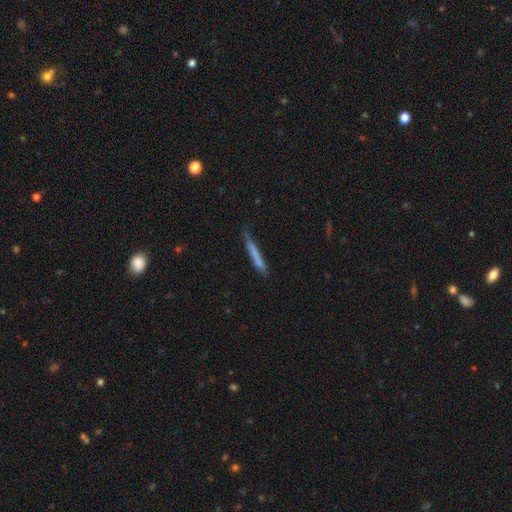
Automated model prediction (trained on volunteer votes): smooth_or_featured: smooth (p=0.70) [alt: featured or disk p=0.23]
how_rounded: cigar-shaped (p=0.96) [alt: in between p=0.03]
merging: none (p=0.74) [alt: minor disturbance p=0.20]